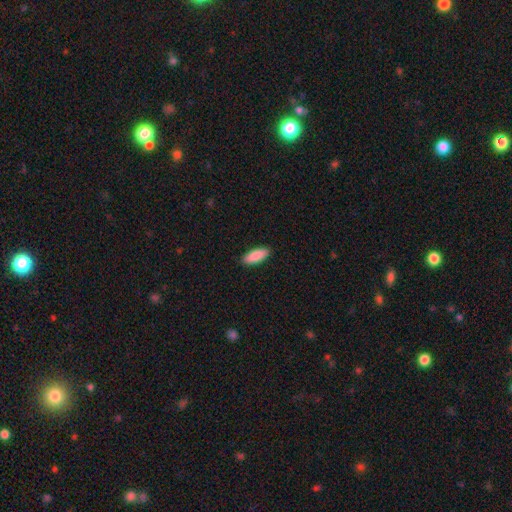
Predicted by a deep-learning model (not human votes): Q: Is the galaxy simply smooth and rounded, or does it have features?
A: smooth — 89%.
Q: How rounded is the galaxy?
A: in between — 76%.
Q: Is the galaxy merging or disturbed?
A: none — 90%.